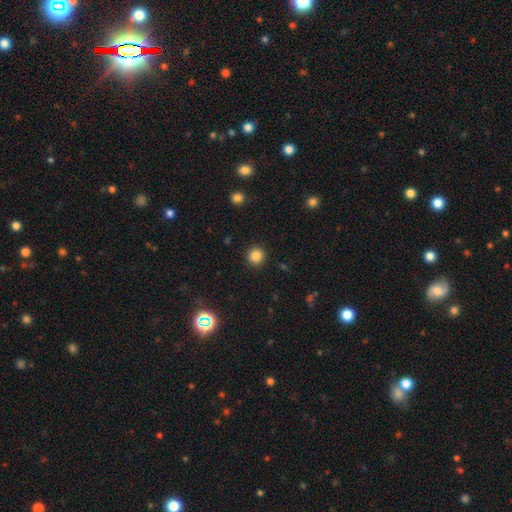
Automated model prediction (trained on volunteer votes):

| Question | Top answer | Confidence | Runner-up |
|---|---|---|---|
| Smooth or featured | smooth | 85% | star or artifact (12%) |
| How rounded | round | 94% | in between (5%) |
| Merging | none | 92% | minor disturbance (5%) |